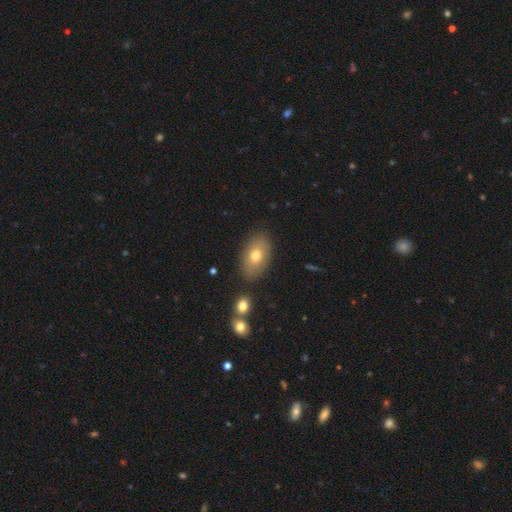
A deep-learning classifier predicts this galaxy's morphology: Overall: smooth (72%). How rounded: in between (89%). Merging: none (82%).